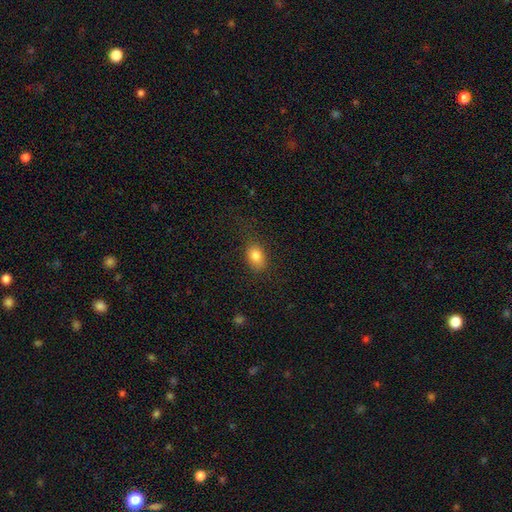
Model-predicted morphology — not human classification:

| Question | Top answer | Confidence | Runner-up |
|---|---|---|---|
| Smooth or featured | smooth | 82% | star or artifact (10%) |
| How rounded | in between | 73% | round (25%) |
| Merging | none | 76% | minor disturbance (16%) |